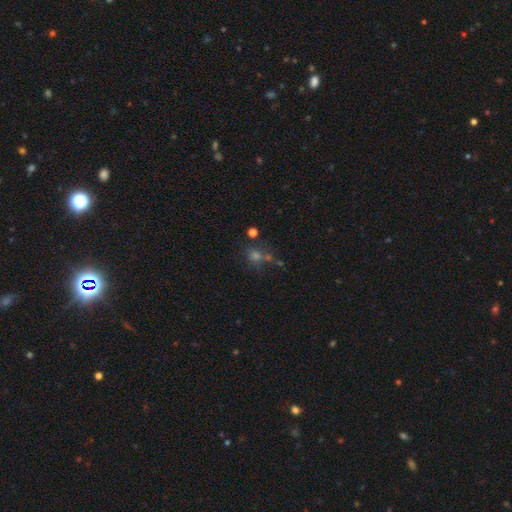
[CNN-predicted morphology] This is possibly a smooth galaxy (50%). How rounded: likely round (75%). Merging: possibly none (57%).